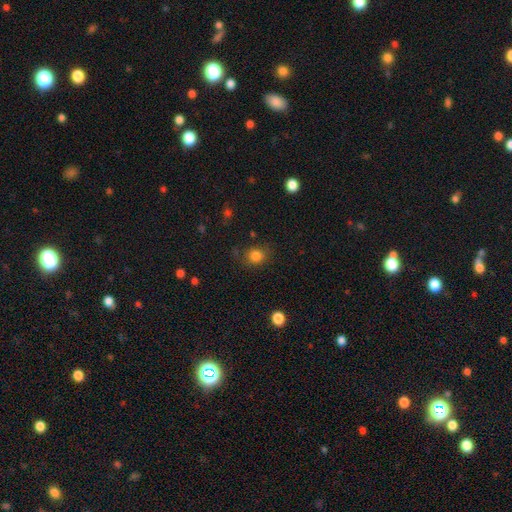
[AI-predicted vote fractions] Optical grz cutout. It shows a smooth galaxy with no disk features (82%) that is round (72%). Merging: none (76%).